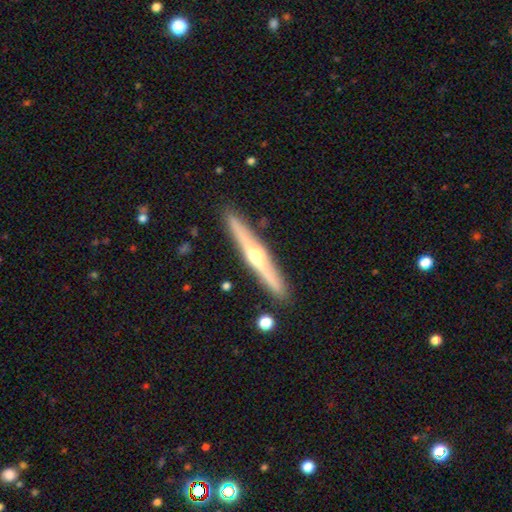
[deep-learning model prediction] Smooth or featured: featured or disk — 69% (smooth — 26%)
Edge-on disk: yes — 97% (no — 3%)
Edge-on bulge: rounded — 91% (none — 6%)
Merging: none — 89% (minor disturbance — 7%)